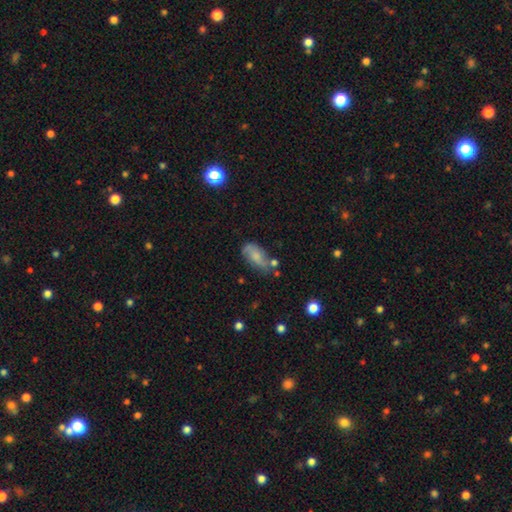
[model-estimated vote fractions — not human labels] Overall: smooth (55%; featured or disk 36%). How rounded: in between (87%). Merging: none (54%; minor disturbance 27%).